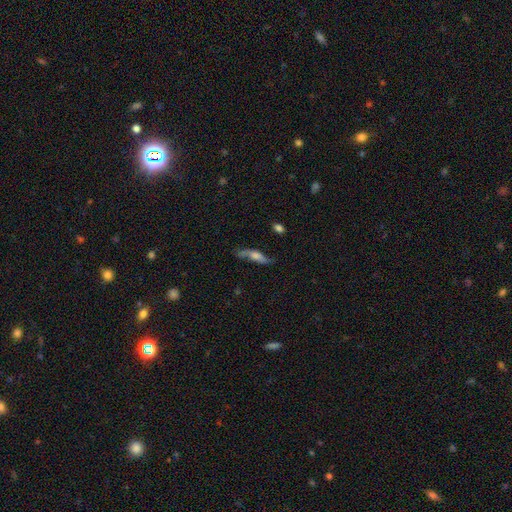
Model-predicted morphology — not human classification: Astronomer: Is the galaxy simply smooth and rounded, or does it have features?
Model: featured or disk — 52% (runner-up: smooth, 40%).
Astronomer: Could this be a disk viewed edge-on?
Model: yes — 52% (runner-up: no, 48%).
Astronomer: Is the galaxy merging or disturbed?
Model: none — 62%.